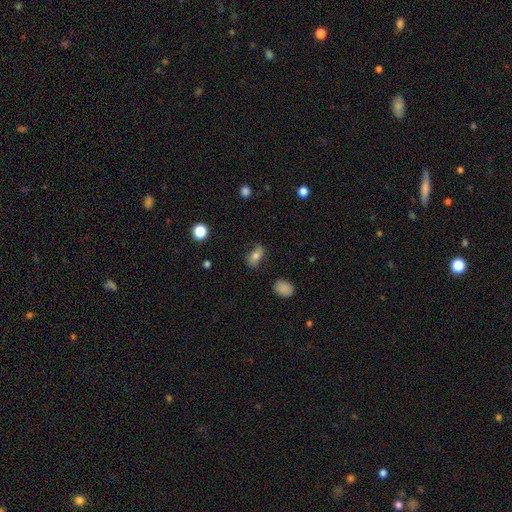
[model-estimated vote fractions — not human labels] Overall: smooth (66%). How rounded: in between (82%). Merging: none (67%).